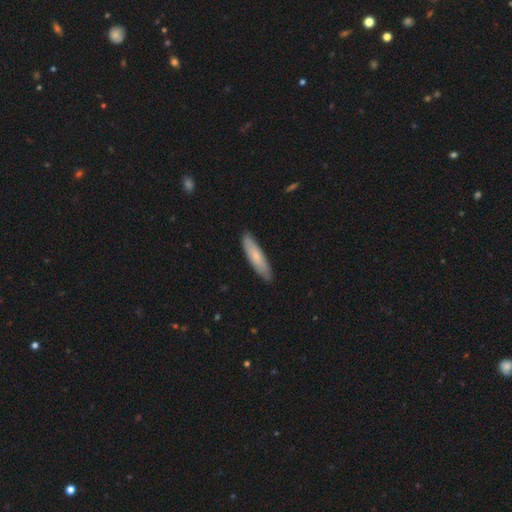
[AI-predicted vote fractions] A smooth galaxy with no disk features (72%) that is cigar-shaped (78%). Merging: none (87%).